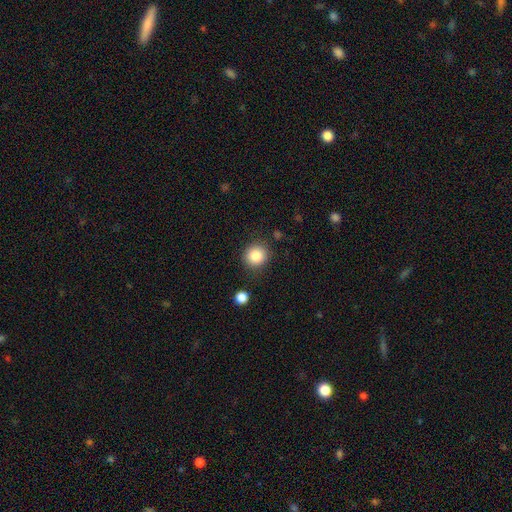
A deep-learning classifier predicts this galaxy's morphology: A smooth galaxy with no disk features (86%) that is round (90%). Merging: none (86%).